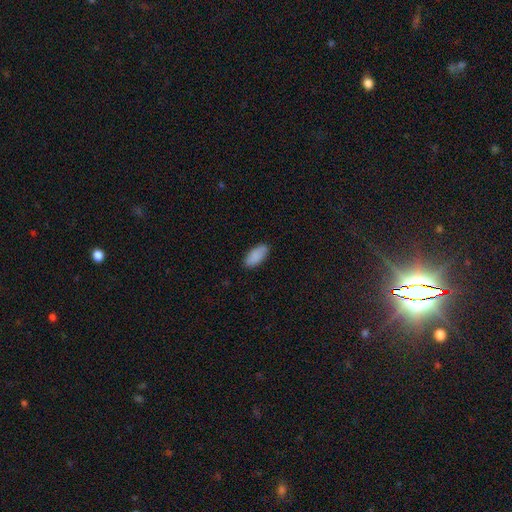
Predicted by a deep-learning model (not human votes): This is clearly a smooth galaxy (89%). How rounded: clearly in between (90%). Merging: clearly none (86%).